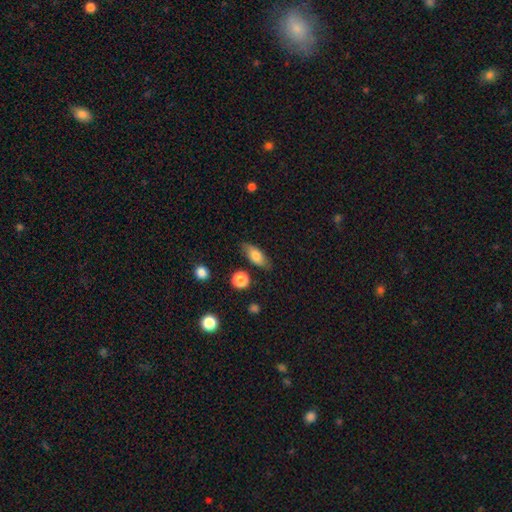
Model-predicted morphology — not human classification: A smooth galaxy with no disk features (74%) that is in between round and cigar-shaped (74%).

Vote fractions:
- Smooth or featured? smooth: 74% / featured or disk: 18% / star or artifact: 7%
- How rounded? in between: 74% / cigar-shaped: 20% / round: 5%
- Merging? none: 81% / minor disturbance: 13% / major disturbance: 3% / merger: 2%